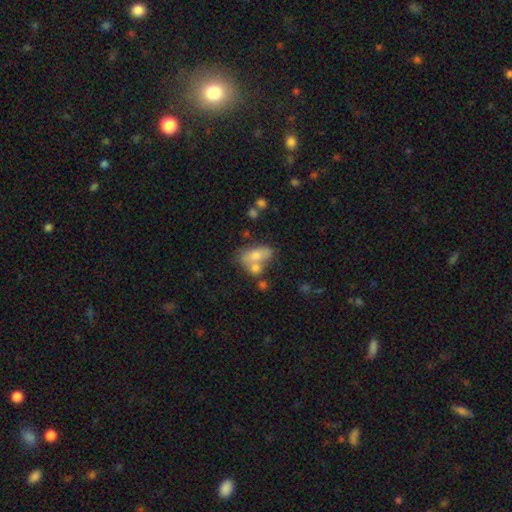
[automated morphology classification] smooth 64%, featured or disk 26%, star or artifact 10%. Down the decision tree: how rounded — in between (82%); merging — none (40%).